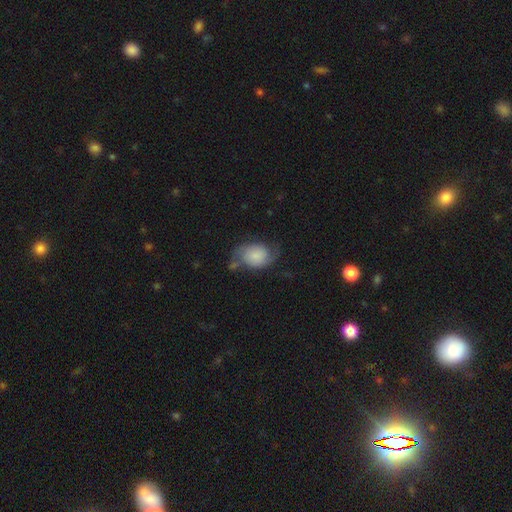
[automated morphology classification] This appears to be a featured or disk galaxy (51%). Merging: none (49%).